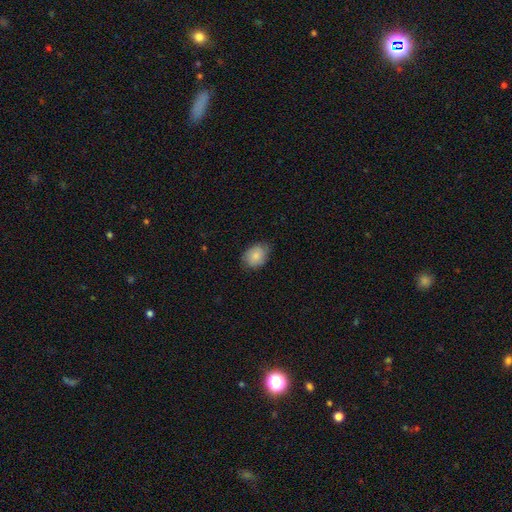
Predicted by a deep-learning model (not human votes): Smooth or featured? smooth (83%)
How rounded? in between (63%)
Merging? none (72%)